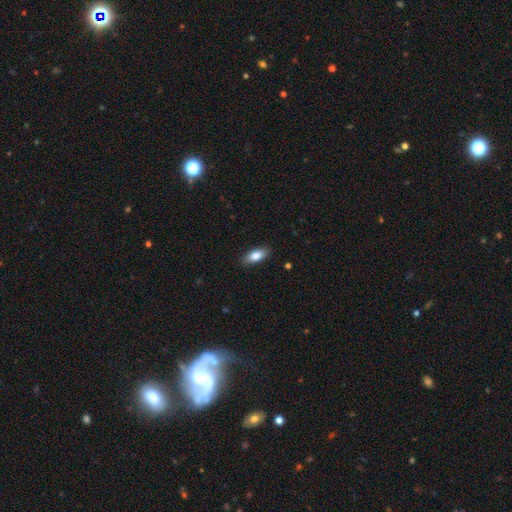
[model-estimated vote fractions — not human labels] Morphology: type=smooth (81%); roundness=in between (83%); merging=none (87%).